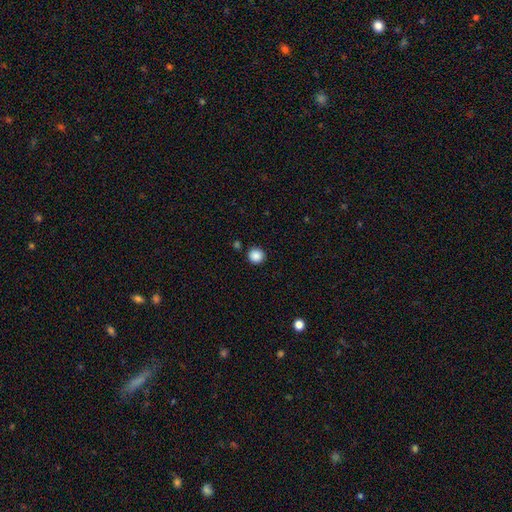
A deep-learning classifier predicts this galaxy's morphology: Smooth or featured? Predicted: smooth (p=0.88). How rounded? Predicted: round (p=0.95). Merging? Predicted: none (p=0.90).